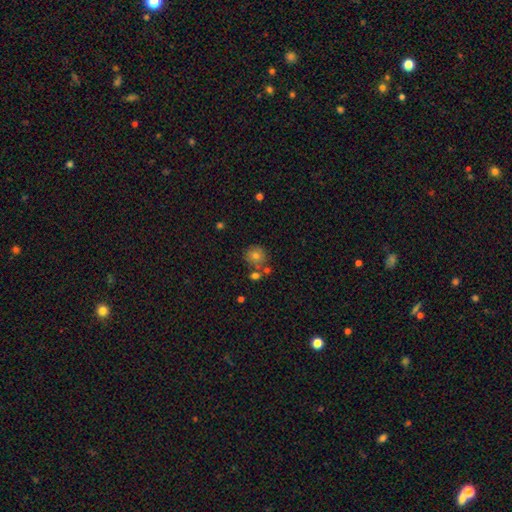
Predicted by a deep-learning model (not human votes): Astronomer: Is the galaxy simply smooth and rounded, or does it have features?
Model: smooth — 75%.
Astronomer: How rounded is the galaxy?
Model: round — 90%.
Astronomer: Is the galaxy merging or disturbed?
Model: none — 70%.